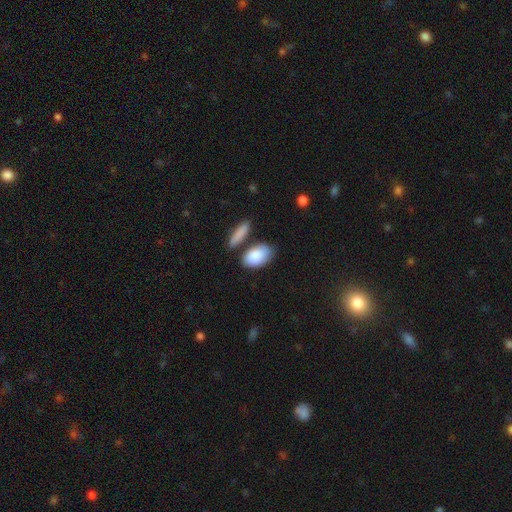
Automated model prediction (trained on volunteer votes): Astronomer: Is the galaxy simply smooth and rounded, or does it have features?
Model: smooth — 86%.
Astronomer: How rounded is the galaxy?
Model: in between — 92%.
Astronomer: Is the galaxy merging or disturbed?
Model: none — 65%.